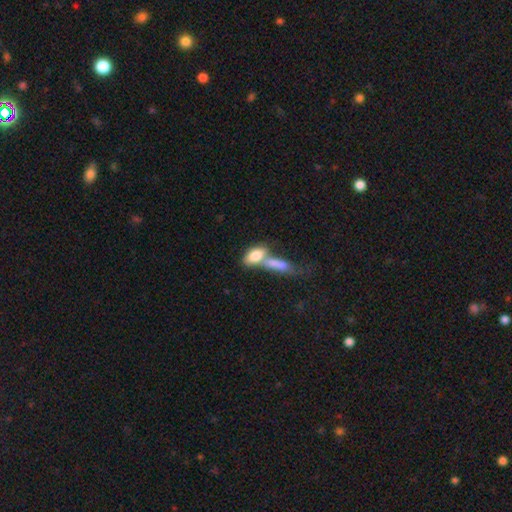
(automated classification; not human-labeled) A smooth galaxy with no disk features (77%) that is in between round and cigar-shaped (83%).

Vote fractions:
- Smooth or featured? smooth: 77% / featured or disk: 17% / star or artifact: 7%
- How rounded? in between: 83% / cigar-shaped: 12% / round: 5%
- Merging? merger: 61% / none: 24% / minor disturbance: 9% / major disturbance: 6%